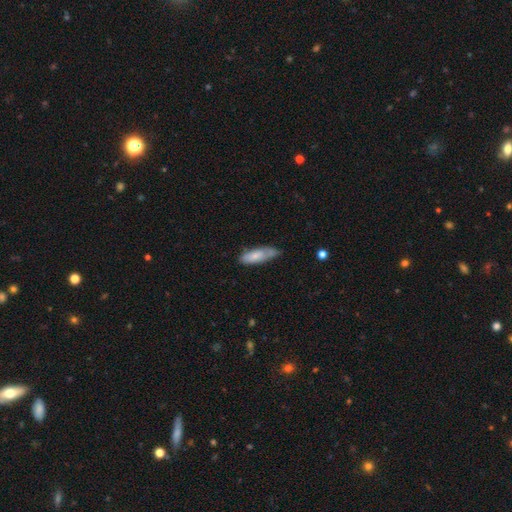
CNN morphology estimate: type=smooth (71%); roundness=in between (57%); merging=none (54%).